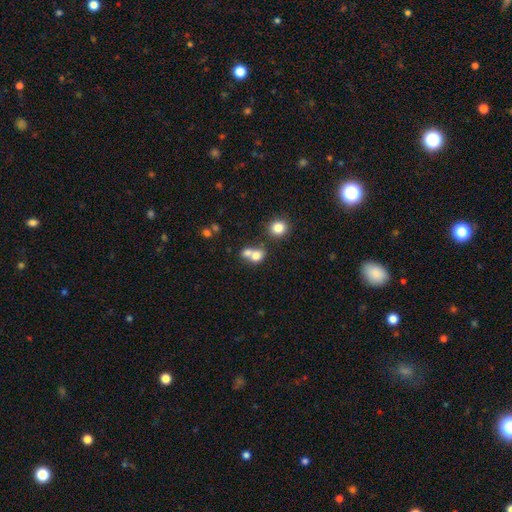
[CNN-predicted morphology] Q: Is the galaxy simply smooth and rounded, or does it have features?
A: smooth — 75%.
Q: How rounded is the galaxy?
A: round — 59%.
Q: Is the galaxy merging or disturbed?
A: merger — 60%.